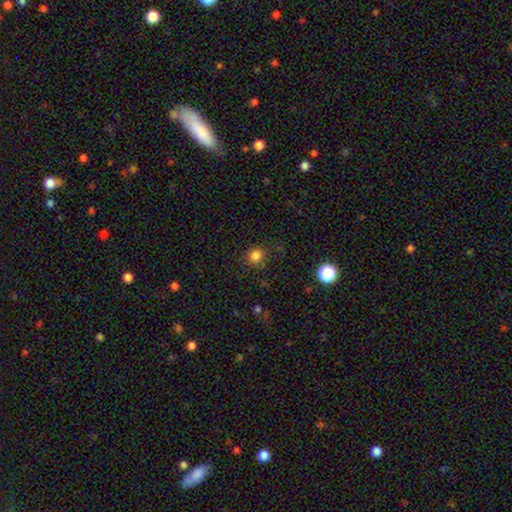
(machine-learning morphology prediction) This appears to be a smooth galaxy with no disk features (82%) that is round (88%). Merging: none (85%).